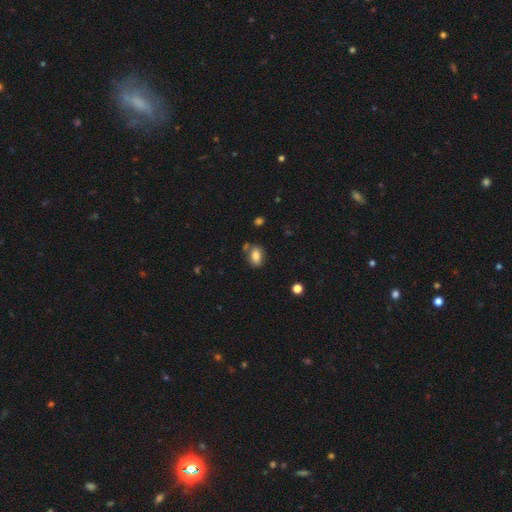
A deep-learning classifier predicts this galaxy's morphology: Smooth or featured: smooth — 81% (featured or disk — 10%)
How rounded: in between — 87% (round — 10%)
Merging: none — 71% (minor disturbance — 15%)